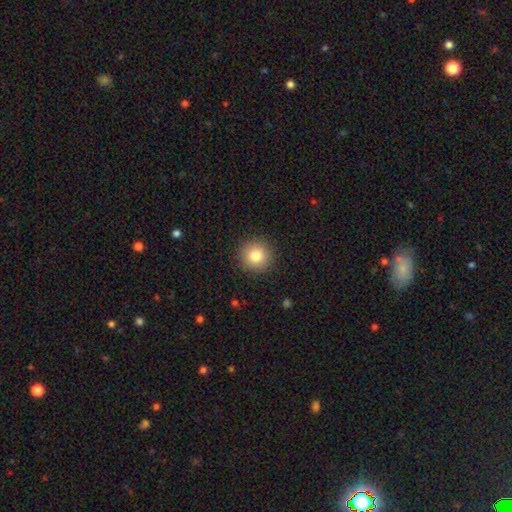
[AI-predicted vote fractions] Q: Smooth or featured?
A: smooth (82%); runner-up: star or artifact (10%)
Q: How rounded?
A: round (94%); runner-up: in between (5%)
Q: Merging?
A: none (91%); runner-up: minor disturbance (6%)